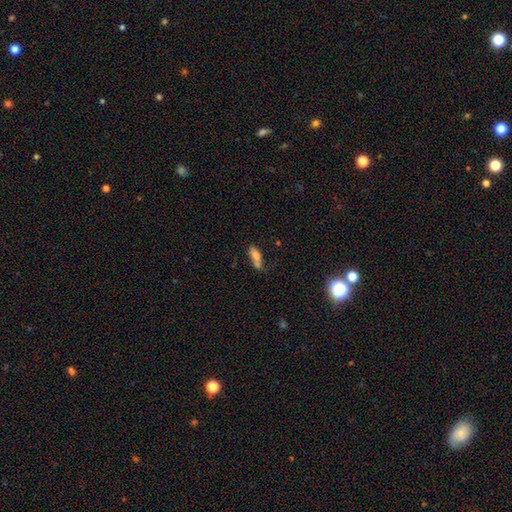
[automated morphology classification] Smooth or featured: smooth — 72% (featured or disk — 18%)
How rounded: in between — 75% (cigar-shaped — 22%)
Merging: none — 37% (merger — 31%)